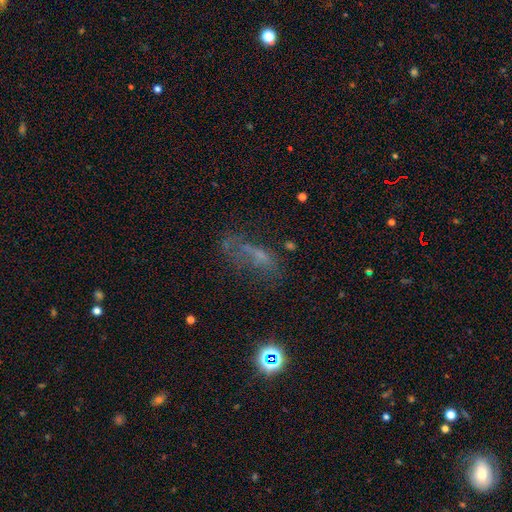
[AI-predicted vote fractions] A featured or disk galaxy (38%). Merging: none (42%).